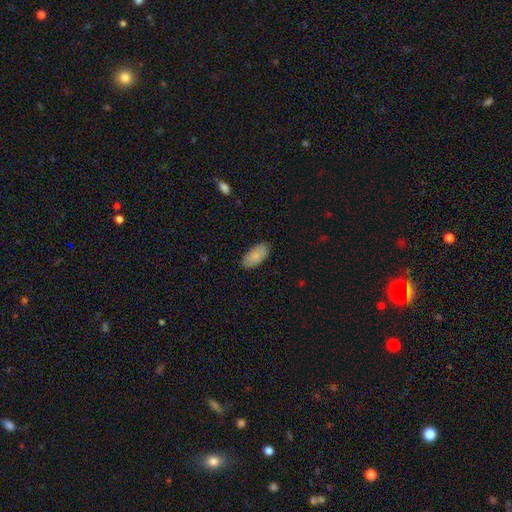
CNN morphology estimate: Smooth or featured? smooth (86%)
How rounded? in between (93%)
Merging? none (85%)